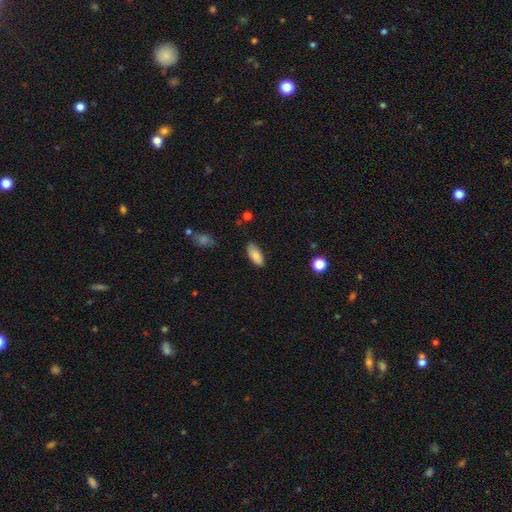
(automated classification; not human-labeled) This is clearly a smooth galaxy (85%). How rounded: clearly in between (85%). Merging: likely none (80%).